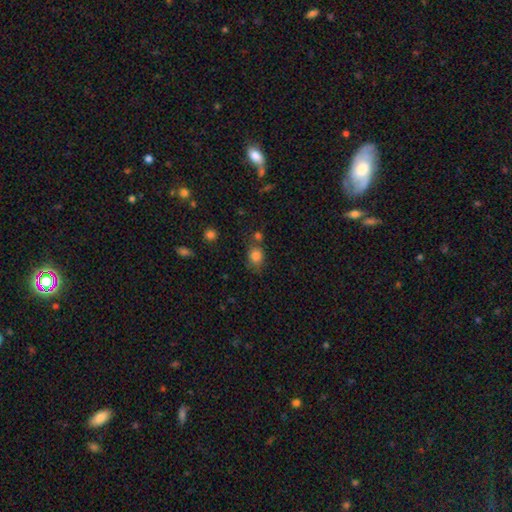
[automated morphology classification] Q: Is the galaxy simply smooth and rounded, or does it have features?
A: smooth — 82%.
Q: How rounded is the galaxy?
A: round — 51%.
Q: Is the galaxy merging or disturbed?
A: none — 57%.